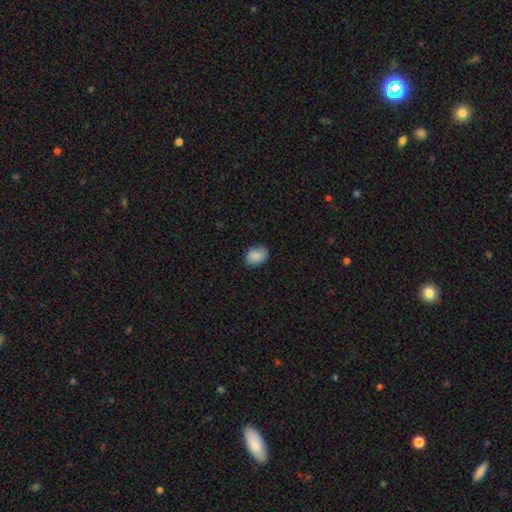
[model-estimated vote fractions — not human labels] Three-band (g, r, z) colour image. It shows a smooth galaxy with no disk features (87%) that is in between round and cigar-shaped (72%). Merging: none (80%).